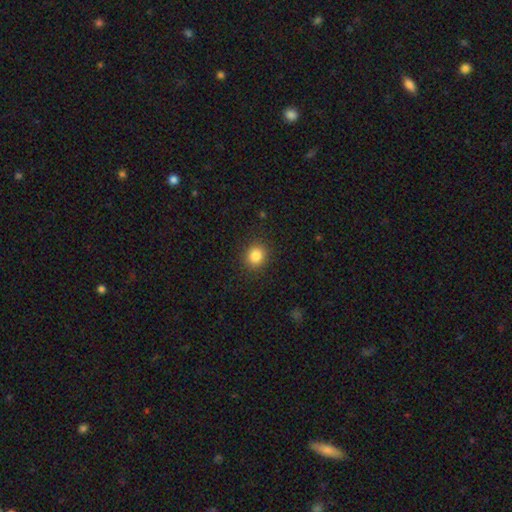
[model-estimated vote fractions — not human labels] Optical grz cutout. It shows a smooth galaxy with no disk features (85%) that is round (79%). Merging: none (90%).